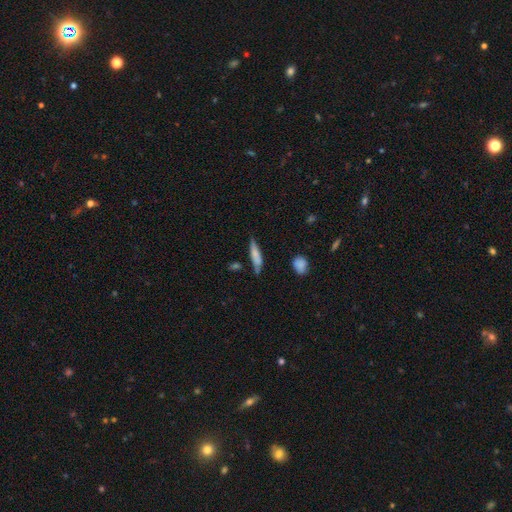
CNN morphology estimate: smooth_or_featured: smooth (p=0.69) [alt: featured or disk p=0.24]
how_rounded: cigar-shaped (p=0.75) [alt: in between p=0.23]
merging: none (p=0.64) [alt: minor disturbance p=0.26]